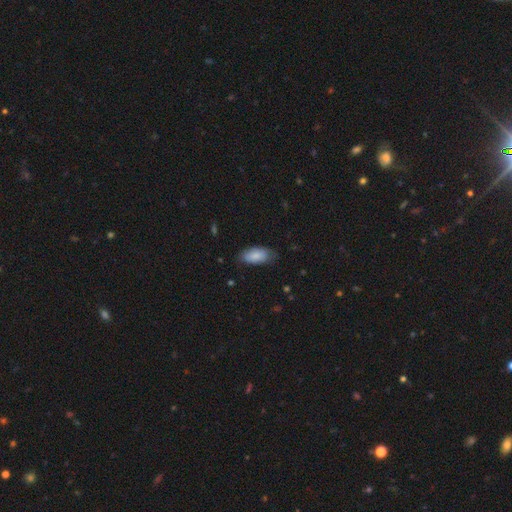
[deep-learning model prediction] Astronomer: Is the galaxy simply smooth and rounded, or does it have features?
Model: smooth — 84%.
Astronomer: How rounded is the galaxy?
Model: in between — 92%.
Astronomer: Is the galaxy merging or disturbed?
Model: none — 69%.